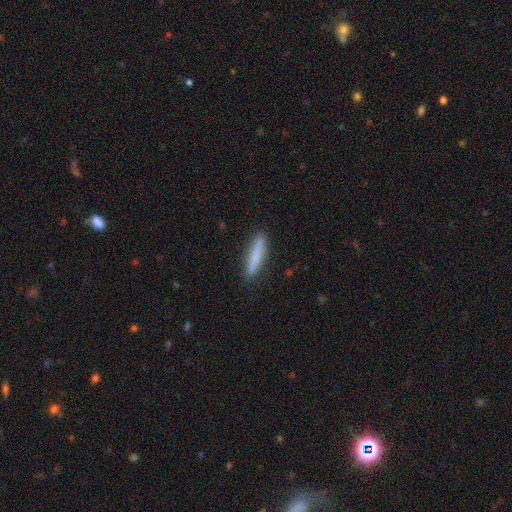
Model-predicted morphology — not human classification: The model was most divided on "smooth or featured": smooth: 74%, featured or disk: 20%, star or artifact: 6%. More confident: how rounded — cigar-shaped (90%); merging — none (89%).